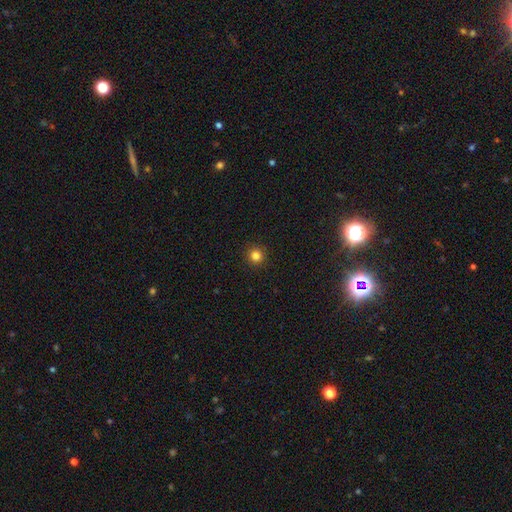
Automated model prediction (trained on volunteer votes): Morphology: type=smooth (82%); roundness=round (95%); merging=none (92%).